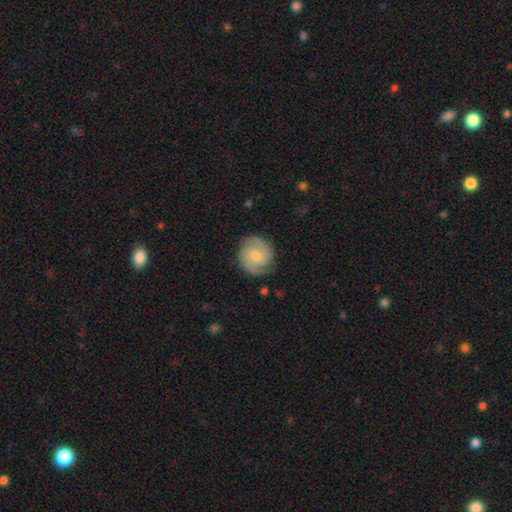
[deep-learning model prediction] This appears to be a featured or disk galaxy (56%) with no bar (64%), spiral arms (89%) and a small central bulge (48%). Merging: none (81%).